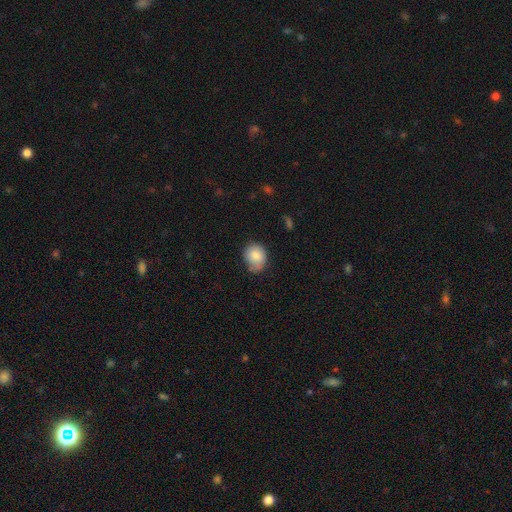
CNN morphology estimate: This appears to be a smooth galaxy with no disk features (83%) that is round (59%). Merging: none (54%).